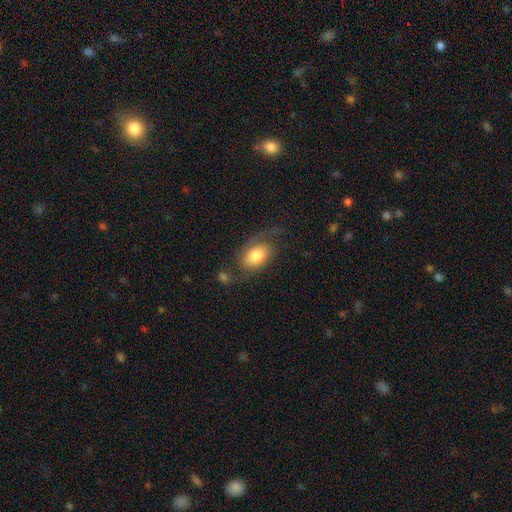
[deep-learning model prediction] A featured or disk galaxy (47%). Merging: none (50%).